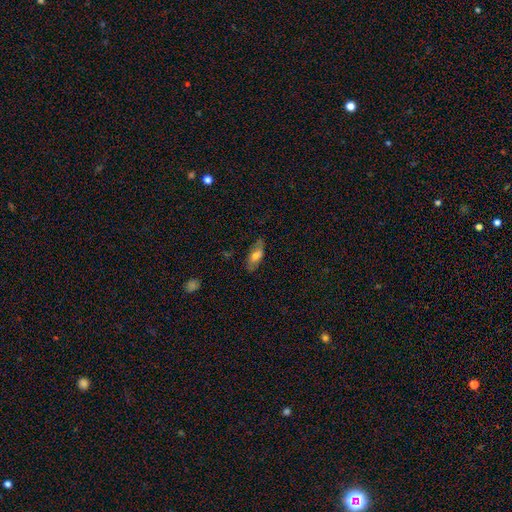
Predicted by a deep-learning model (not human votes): Smooth or featured?
  - smooth: 64% *
  - featured or disk: 29%
  - star or artifact: 7%
How rounded?
  - in between: 79% *
  - cigar-shaped: 18%
  - round: 3%
Merging?
  - none: 77% *
  - minor disturbance: 17%
  - major disturbance: 4%
  - merger: 1%